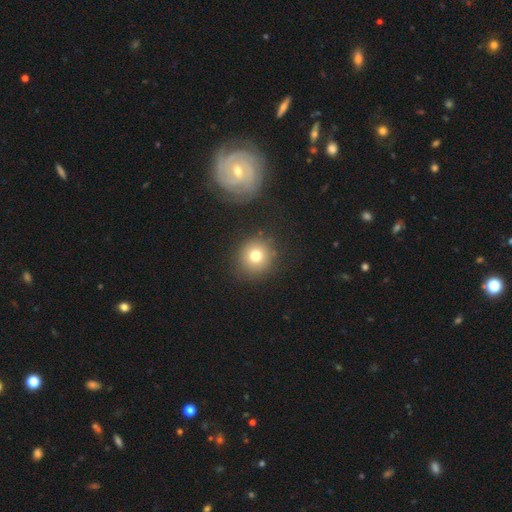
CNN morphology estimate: smooth-or-featured: smooth: 76% | star or artifact: 12% | featured or disk: 12%
  how-rounded: round: 91% | in between: 8% | cigar-shaped: 1%
  merging: none: 84% | minor disturbance: 9% | major disturbance: 4% | merger: 3%